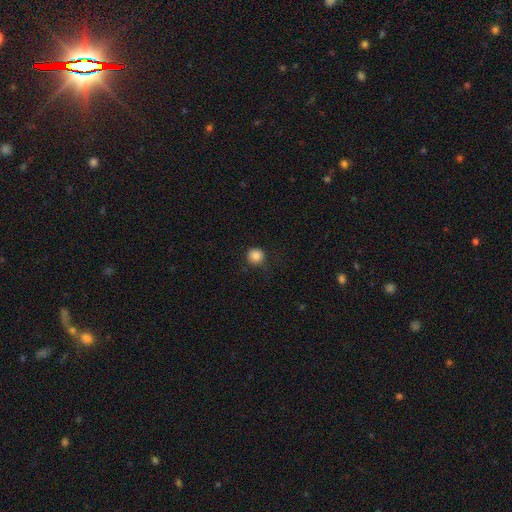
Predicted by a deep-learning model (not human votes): A smooth galaxy with no disk features (85%) that is round (93%).

Vote fractions:
- Smooth or featured? smooth: 85% / star or artifact: 11% / featured or disk: 4%
- How rounded? round: 93% / in between: 6% / cigar-shaped: 1%
- Merging? none: 83% / minor disturbance: 12% / major disturbance: 4% / merger: 1%